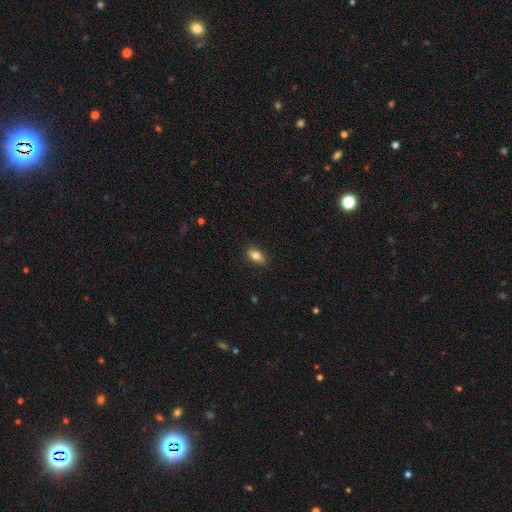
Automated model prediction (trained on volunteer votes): Smooth or featured: smooth — 79% (featured or disk — 14%)
How rounded: in between — 86% (cigar-shaped — 7%)
Merging: none — 87% (minor disturbance — 10%)